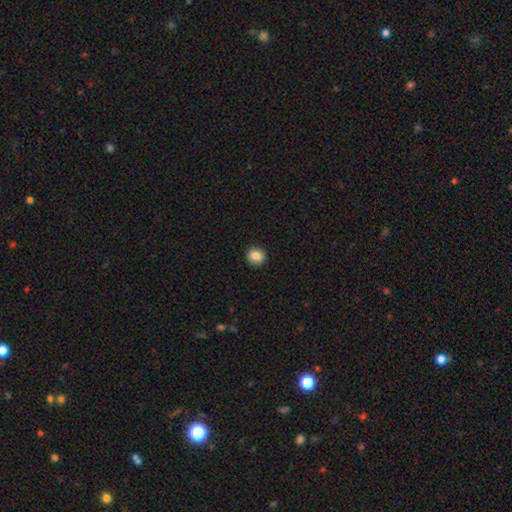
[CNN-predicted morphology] A smooth galaxy with no disk features (87%) that is round (84%). Merging: none (91%).